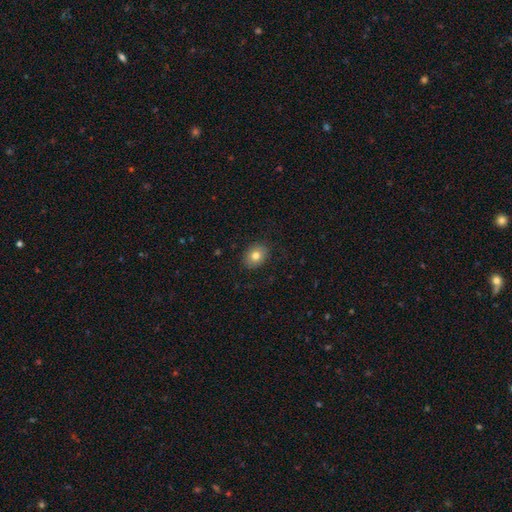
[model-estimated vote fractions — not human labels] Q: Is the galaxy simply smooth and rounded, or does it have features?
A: smooth — 79%.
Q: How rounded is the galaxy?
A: in between — 56%.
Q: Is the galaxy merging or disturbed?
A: none — 88%.